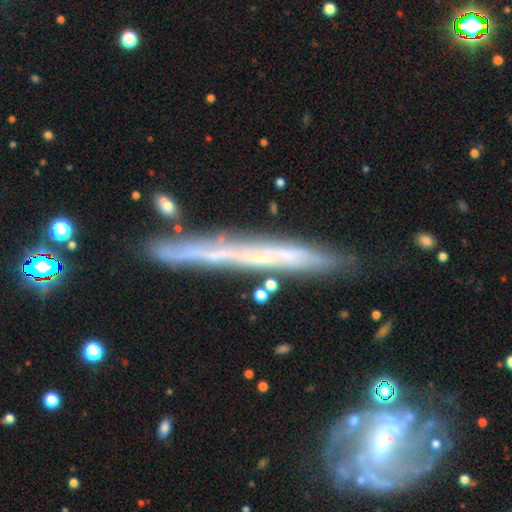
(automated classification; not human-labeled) Morphology: type=featured or disk (64%); edge-on=yes (91%); edge-on bulge=none (89%); merging=none (80%).